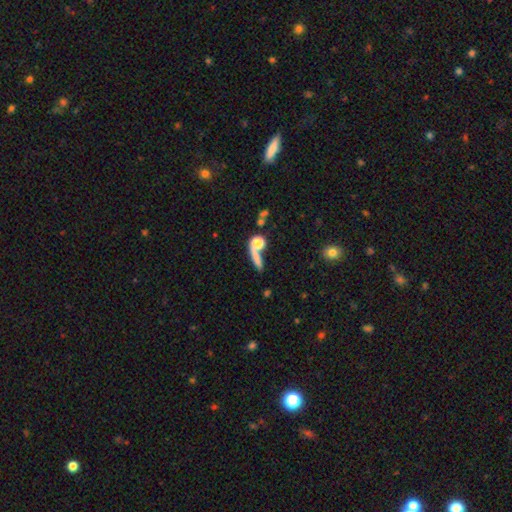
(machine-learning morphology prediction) smooth 67%, featured or disk 18%, star or artifact 16%. Down the decision tree: how rounded — cigar-shaped (53%); merging — none (50%).